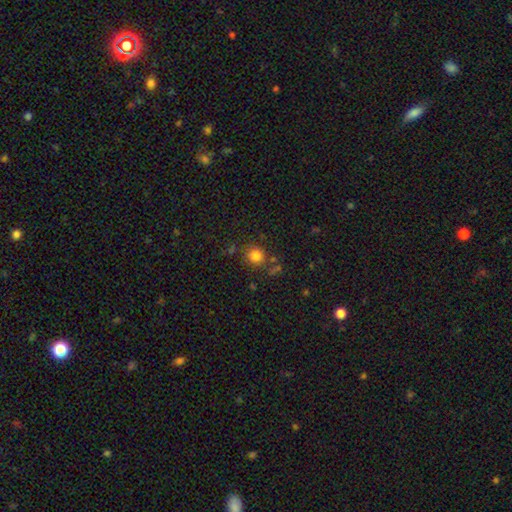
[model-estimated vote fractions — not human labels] Smooth or featured?
  - smooth: 81% *
  - star or artifact: 12%
  - featured or disk: 6%
How rounded?
  - round: 87% *
  - in between: 12%
  - cigar-shaped: 1%
Merging?
  - none: 75% *
  - minor disturbance: 12%
  - merger: 8%
  - major disturbance: 5%